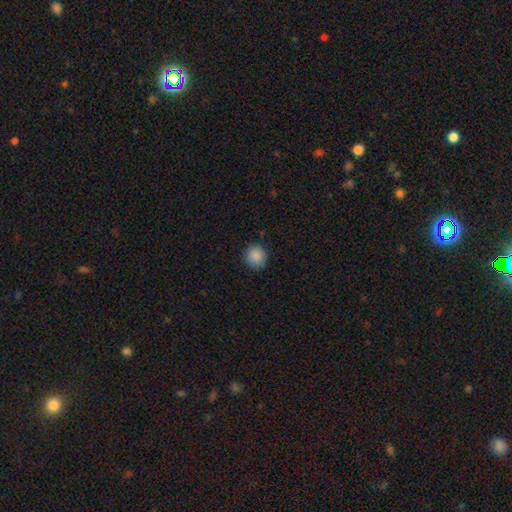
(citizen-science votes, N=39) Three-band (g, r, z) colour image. It shows a smooth galaxy with no disk features (95%) that is round (78%). Merging: none (89%).